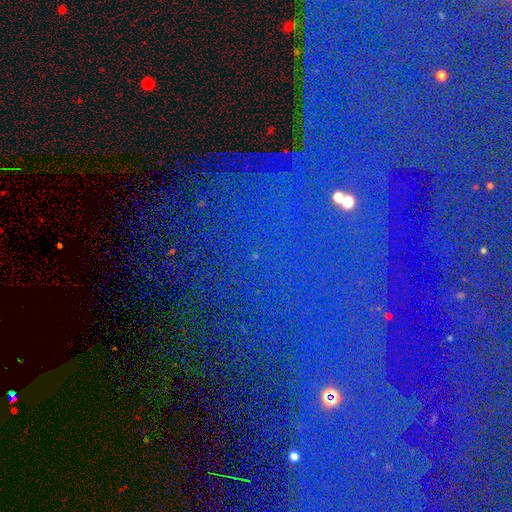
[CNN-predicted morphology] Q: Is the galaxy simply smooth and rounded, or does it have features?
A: star or artifact — 78%.